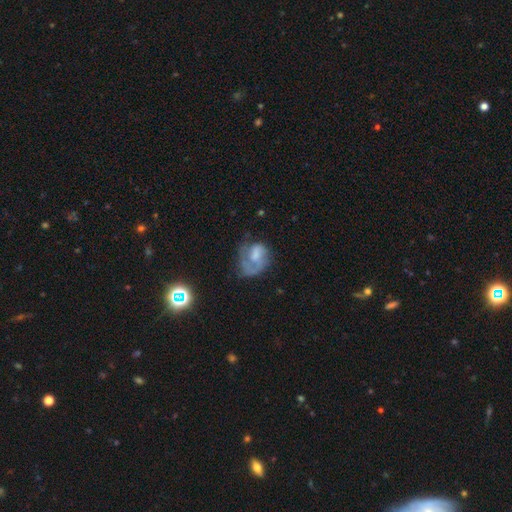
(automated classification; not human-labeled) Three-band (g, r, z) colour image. It shows a featured or disk galaxy (52%) with no bar (59%), spiral arms (65%) and a moderate central bulge (37%). Merging: major disturbance (36%, tied with none).